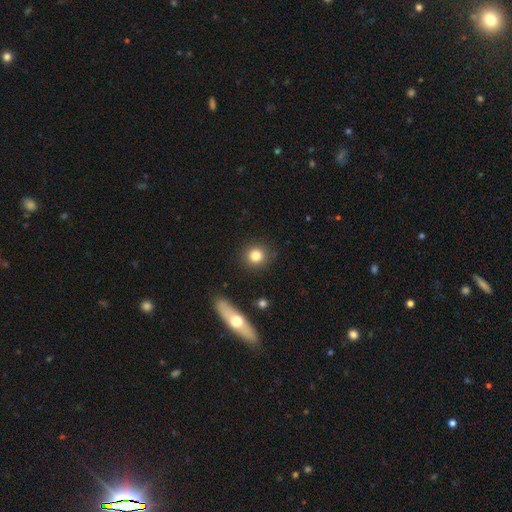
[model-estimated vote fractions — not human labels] Smooth or featured: smooth — 83% (star or artifact — 10%)
How rounded: round — 89% (in between — 9%)
Merging: none — 89% (minor disturbance — 7%)